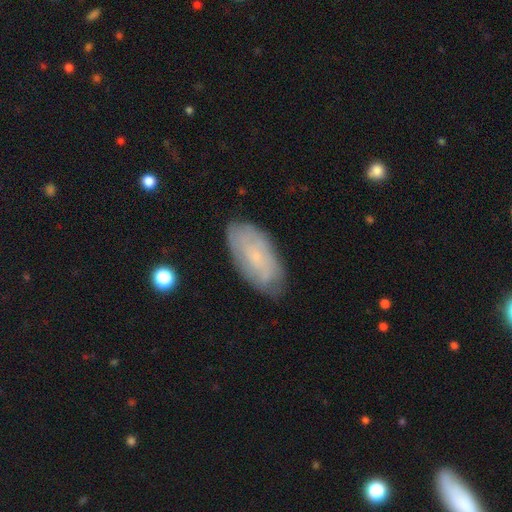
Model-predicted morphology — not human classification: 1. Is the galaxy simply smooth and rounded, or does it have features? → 47% smooth, 45% featured or disk, 8% star or artifact.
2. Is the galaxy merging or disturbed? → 78% none, 17% minor disturbance, 4% major disturbance, 1% merger.